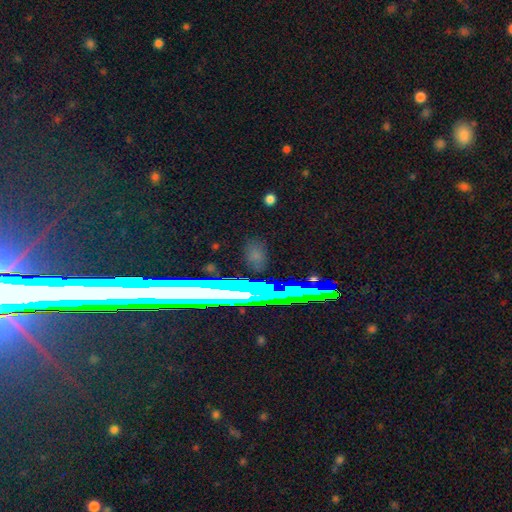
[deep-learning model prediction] star or artifact 43%, smooth 38%, featured or disk 19%.